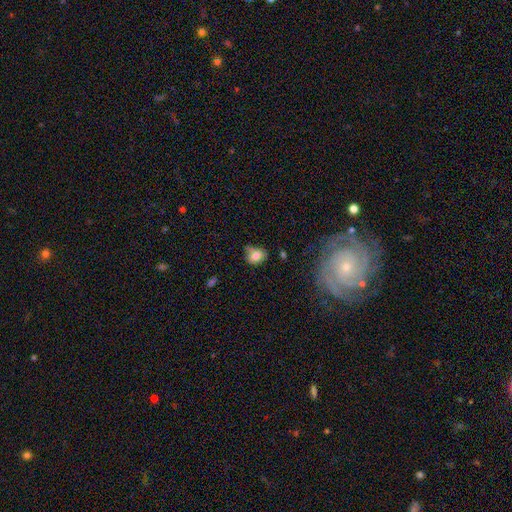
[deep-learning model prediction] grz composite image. It shows a smooth galaxy with no disk features (76%) that is in between round and cigar-shaped (58%). Merging: none (51%).